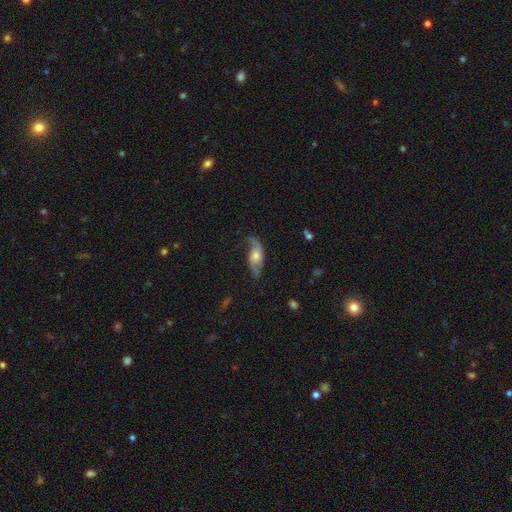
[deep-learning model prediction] Q: Smooth or featured?
A: featured or disk (62%); runner-up: smooth (31%)
Q: Edge-on disk?
A: no (88%); runner-up: yes (12%)
Q: Bar?
A: no (71%); runner-up: weak (24%)
Q: Spiral arms?
A: yes (85%); runner-up: no (15%)
Q: Bulge size?
A: moderate (53%); runner-up: small (37%)
Q: Merging?
A: none (51%); runner-up: minor disturbance (28%)